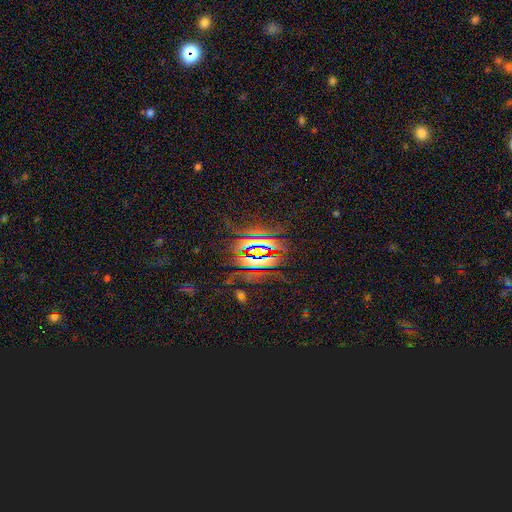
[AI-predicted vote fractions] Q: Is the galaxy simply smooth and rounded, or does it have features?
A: star or artifact — 78%.